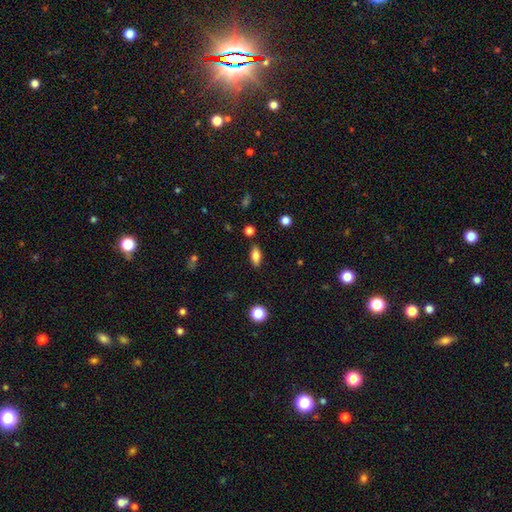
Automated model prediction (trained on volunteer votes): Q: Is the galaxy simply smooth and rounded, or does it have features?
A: smooth — 81%.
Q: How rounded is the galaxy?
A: in between — 83%.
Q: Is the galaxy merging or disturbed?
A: none — 85%.